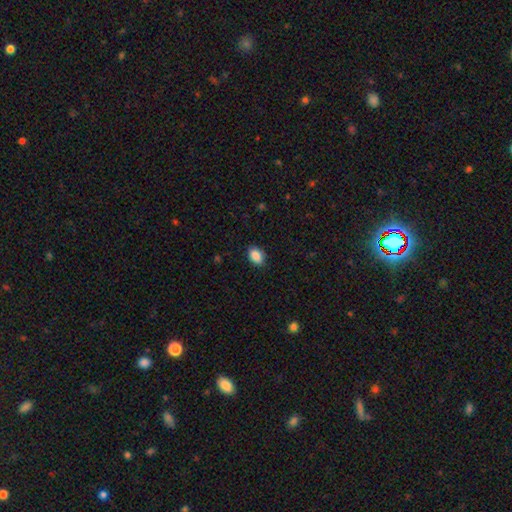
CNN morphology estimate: Smooth or featured? smooth (88%)
How rounded? in between (81%)
Merging? none (86%)